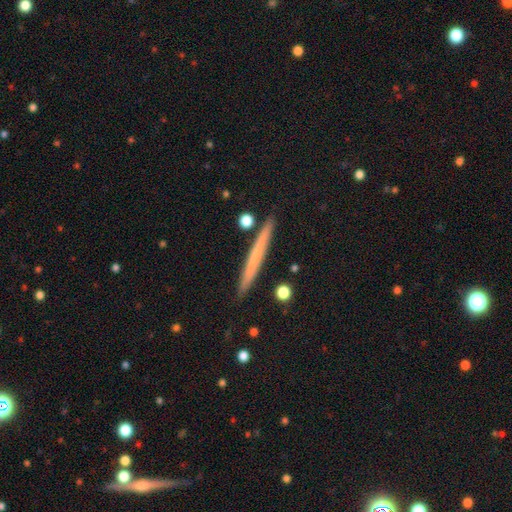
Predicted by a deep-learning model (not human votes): Smooth or featured? Predicted: smooth (p=0.53). How rounded? Predicted: cigar-shaped (p=0.97). Merging? Predicted: none (p=0.89).